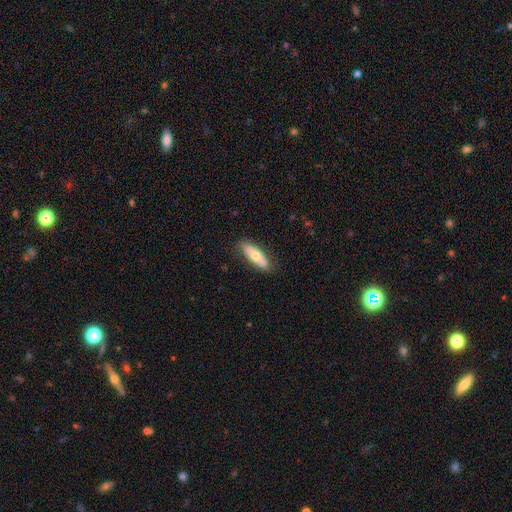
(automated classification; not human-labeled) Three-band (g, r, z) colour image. It shows a smooth galaxy with no disk features (59%) that is in between round and cigar-shaped (63%). Merging: none (79%).